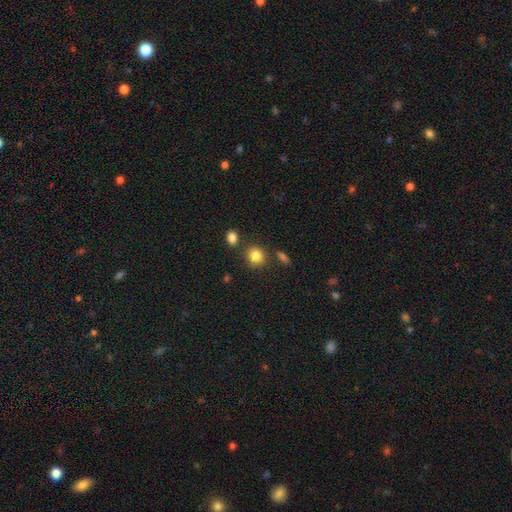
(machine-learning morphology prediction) Overall: smooth (84%). How rounded: round (82%). Merging: none (78%).